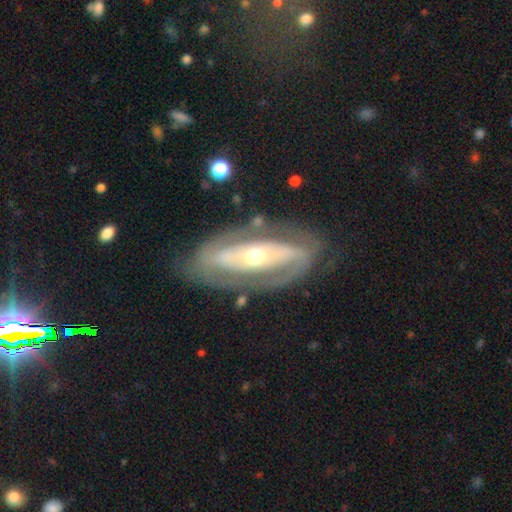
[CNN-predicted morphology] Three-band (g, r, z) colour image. It shows a featured or disk galaxy (80%) with no bar (52%), spiral arms (60%) and a moderate central bulge (63%). Merging: none (73%).